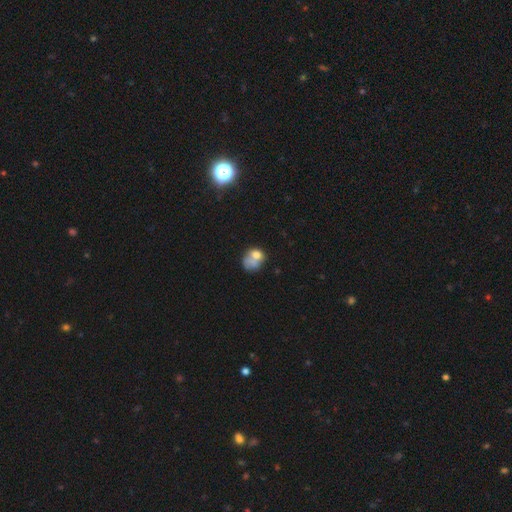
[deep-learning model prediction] This appears to be a smooth galaxy with no disk features (63%) that is round (54%). Merging: none (33%).